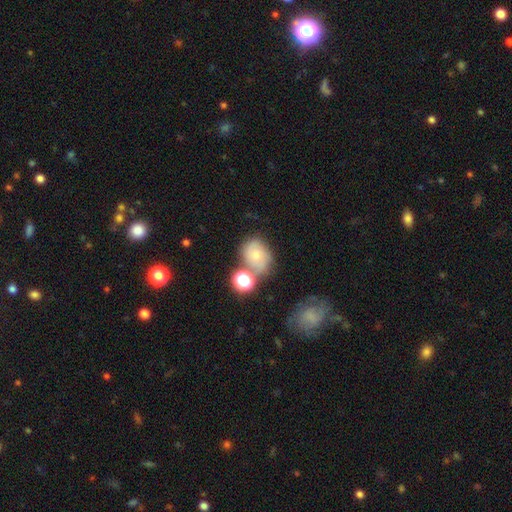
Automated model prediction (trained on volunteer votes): Smooth or featured? smooth (63%)
How rounded? round (51%)
Merging? none (49%)